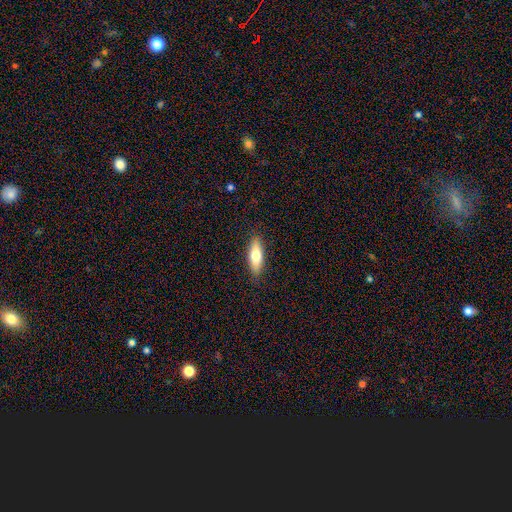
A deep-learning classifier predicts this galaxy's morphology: Overall: smooth (68%). How rounded: in between (56%; cigar-shaped 42%). Merging: none (88%).